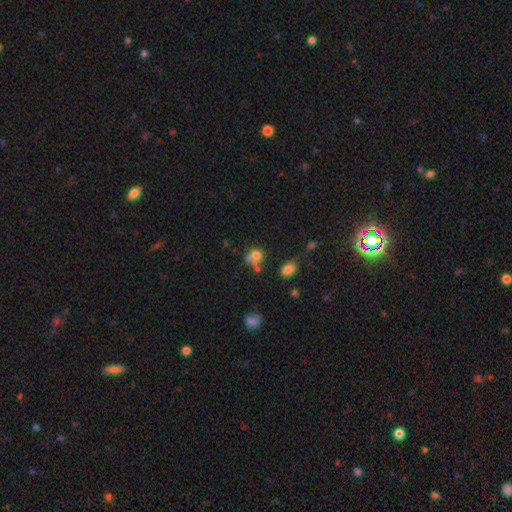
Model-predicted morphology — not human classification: Overall: smooth (68%). How rounded: round (63%; in between 36%). Merging: merger (38%; none 36%).